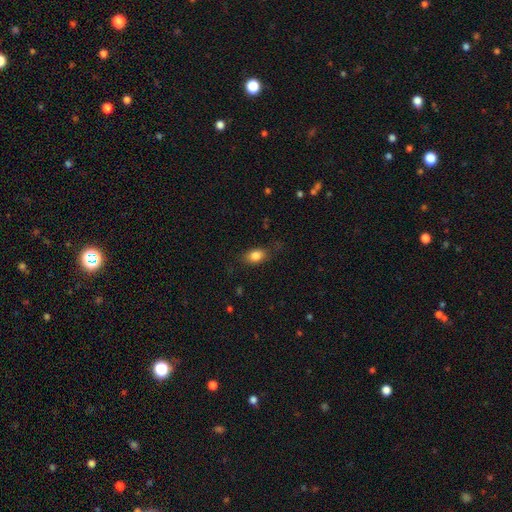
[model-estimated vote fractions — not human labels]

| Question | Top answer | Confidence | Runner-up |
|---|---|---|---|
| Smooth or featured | smooth | 83% | star or artifact (9%) |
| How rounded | in between | 80% | round (16%) |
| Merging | none | 77% | minor disturbance (17%) |